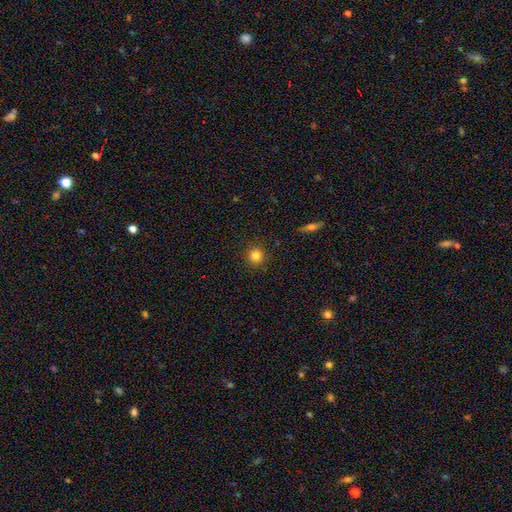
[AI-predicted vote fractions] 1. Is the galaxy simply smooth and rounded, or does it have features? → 82% smooth, 12% star or artifact, 6% featured or disk.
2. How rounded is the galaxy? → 94% round, 5% in between, 1% cigar-shaped.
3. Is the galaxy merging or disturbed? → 91% none, 6% minor disturbance, 2% major disturbance, 1% merger.